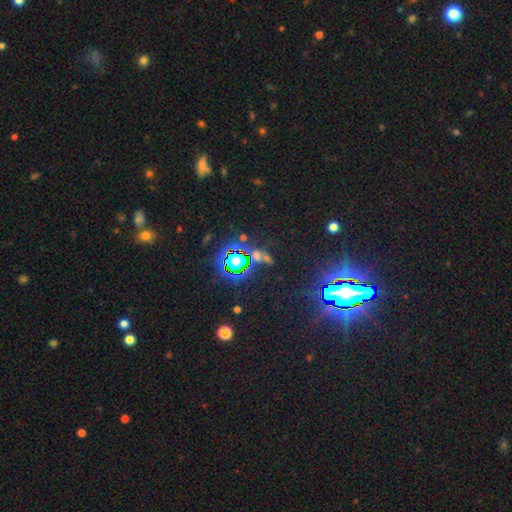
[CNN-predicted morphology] Smooth or featured? Predicted: star or artifact (p=0.76).